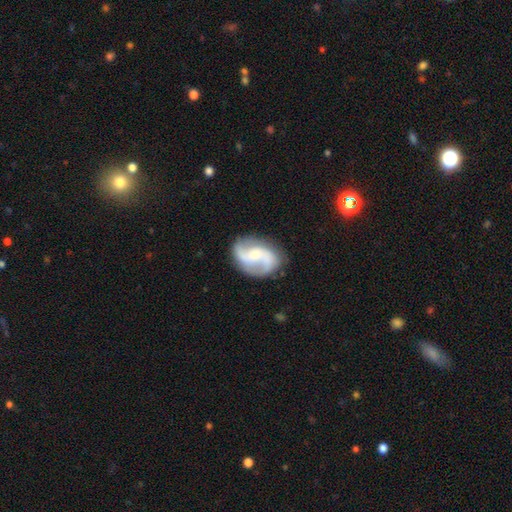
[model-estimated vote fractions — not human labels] Q: Smooth or featured?
A: featured or disk (84%); runner-up: smooth (11%)
Q: Edge-on disk?
A: no (98%); runner-up: yes (2%)
Q: Bar?
A: no (45%); runner-up: weak (42%)
Q: Spiral arms?
A: yes (96%); runner-up: no (4%)
Q: Spiral winding?
A: medium (45%); runner-up: loose (41%)
Q: Spiral arm count?
A: 2 (91%); runner-up: can't tell (3%)
Q: Bulge size?
A: small (43%); runner-up: moderate (40%)
Q: Merging?
A: none (79%); runner-up: minor disturbance (14%)